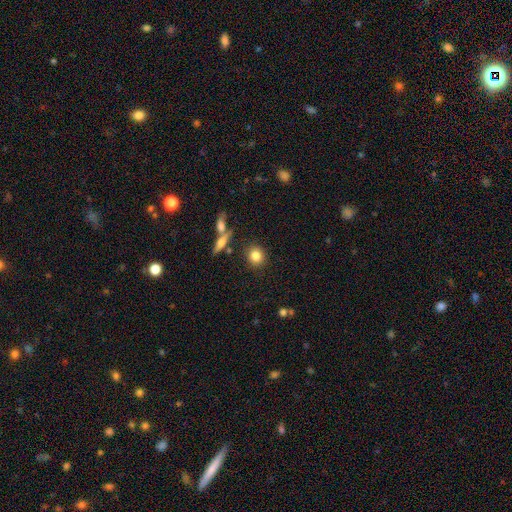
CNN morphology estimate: smooth_or_featured: smooth (p=0.82) [alt: star or artifact p=0.09]
how_rounded: round (p=0.79) [alt: in between p=0.18]
merging: none (p=0.83) [alt: minor disturbance p=0.08]